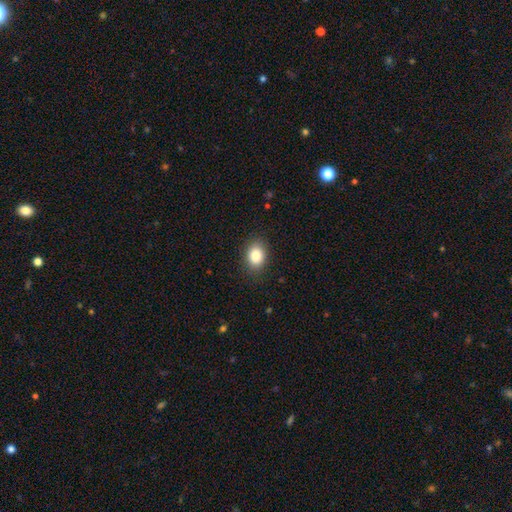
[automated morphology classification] Smooth or featured? Predicted: smooth (p=0.84). How rounded? Predicted: in between (p=0.67). Merging? Predicted: none (p=0.86).